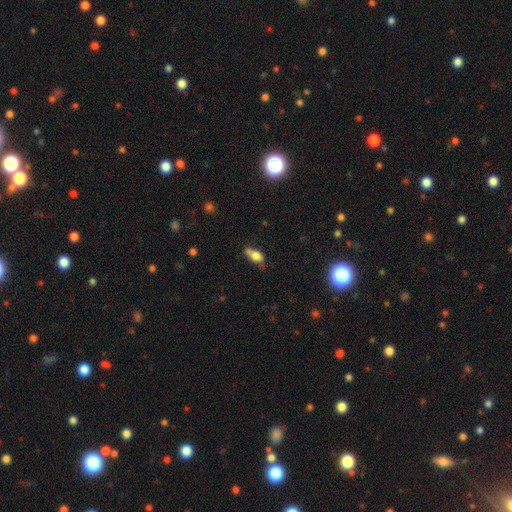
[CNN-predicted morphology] smooth_or_featured: smooth (p=0.70) [alt: featured or disk p=0.19]
how_rounded: in between (p=0.79) [alt: round p=0.12]
merging: none (p=0.39) [alt: minor disturbance p=0.31]